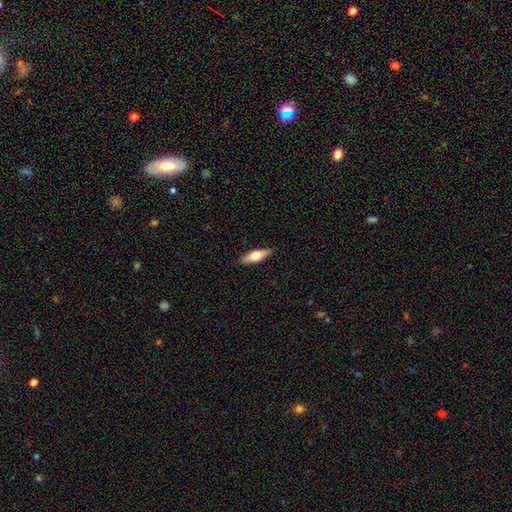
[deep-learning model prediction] Morphology: type=smooth (56%); roundness=in between (50%); merging=none (89%).